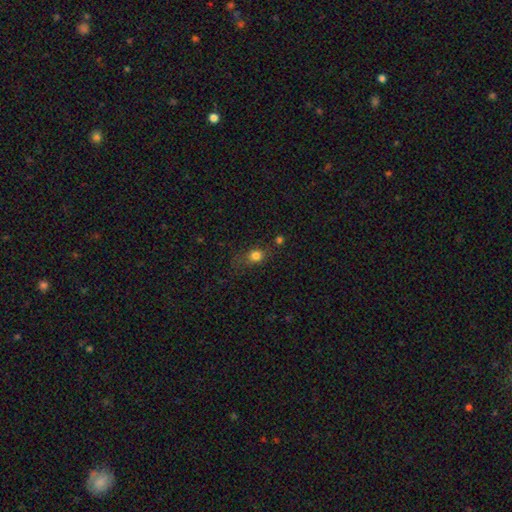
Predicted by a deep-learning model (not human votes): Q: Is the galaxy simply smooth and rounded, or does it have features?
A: smooth — 77%.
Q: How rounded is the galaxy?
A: round — 64%.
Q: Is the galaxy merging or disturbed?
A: none — 60%.